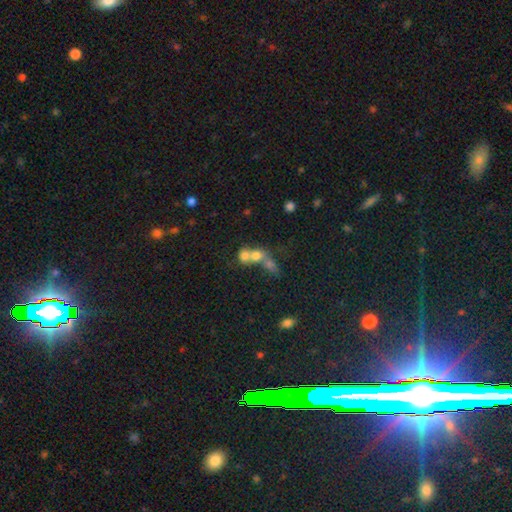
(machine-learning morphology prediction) This appears to be a smooth galaxy with no disk features (66%) that is round (62%). Merging: merger (71%).